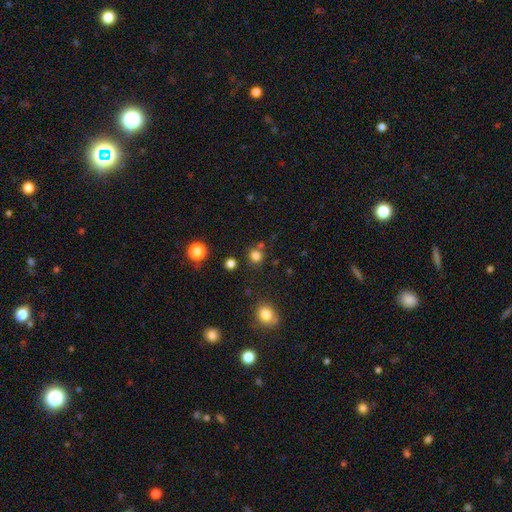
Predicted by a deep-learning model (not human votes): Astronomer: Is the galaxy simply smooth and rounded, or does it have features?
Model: smooth — 80%.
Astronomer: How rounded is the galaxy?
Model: round — 87%.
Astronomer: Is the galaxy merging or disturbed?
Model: none — 77%.